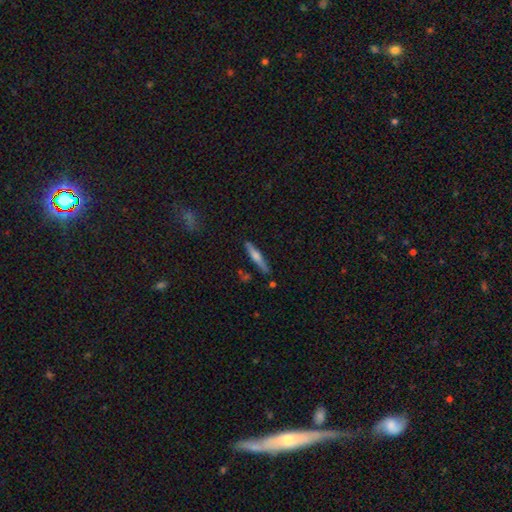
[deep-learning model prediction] This appears to be a featured or disk galaxy (55%) viewed edge-on (96%) with a rounded central bulge (80%). Merging: none (85%).